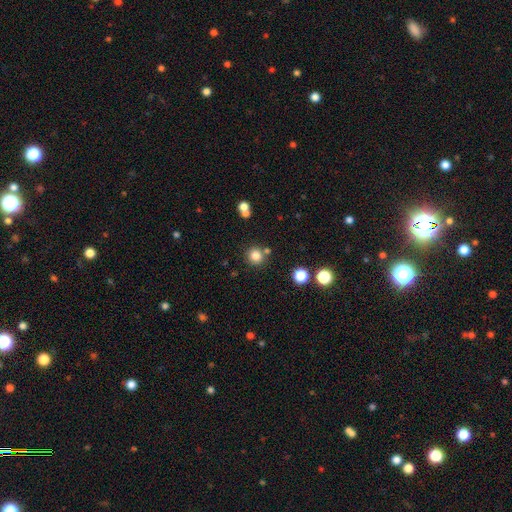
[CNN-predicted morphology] The model was most divided on "smooth or featured": smooth: 81%, star or artifact: 13%, featured or disk: 6%. More confident: how rounded — round (93%); merging — none (79%).